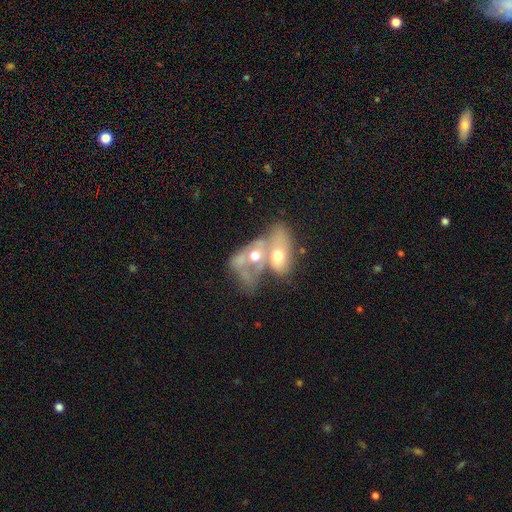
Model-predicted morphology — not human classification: The model was most divided on "smooth or featured": featured or disk: 52%, smooth: 38%, star or artifact: 10%. More confident: edge-on disk — no (93%); merging — merger (76%).